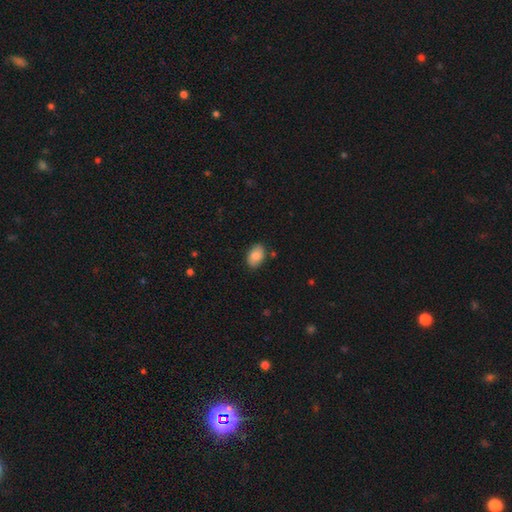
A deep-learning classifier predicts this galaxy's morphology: smooth-or-featured: smooth: 82% | featured or disk: 11% | star or artifact: 7%
  how-rounded: in between: 88% | round: 11% | cigar-shaped: 1%
  merging: none: 83% | minor disturbance: 12% | major disturbance: 2% | merger: 2%